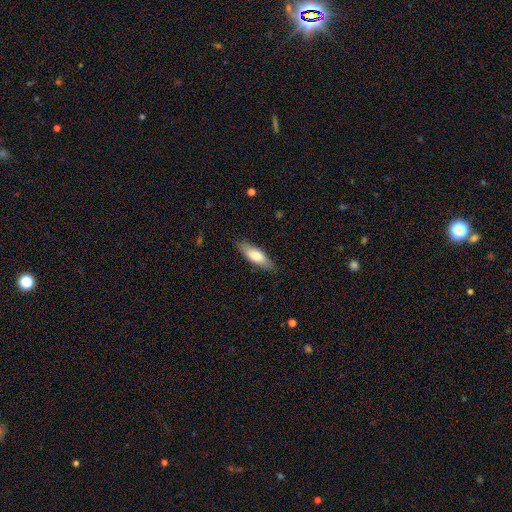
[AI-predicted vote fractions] Morphology: type=smooth (71%); roundness=in between (54%); merging=none (84%).